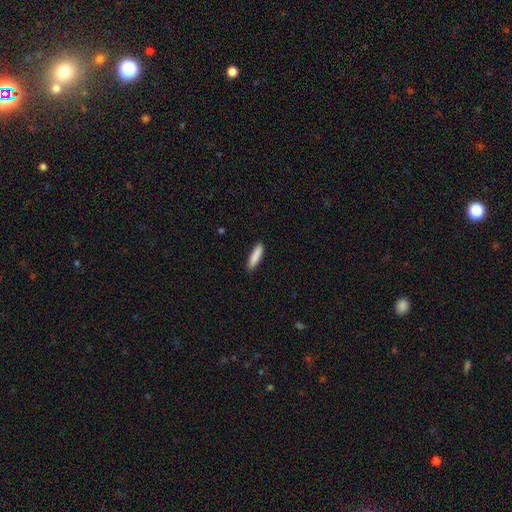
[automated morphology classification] Smooth or featured?
  - smooth: 88% *
  - featured or disk: 6%
  - star or artifact: 6%
How rounded?
  - cigar-shaped: 77% *
  - in between: 22%
  - round: 1%
Merging?
  - none: 89% *
  - minor disturbance: 8%
  - major disturbance: 2%
  - merger: 1%